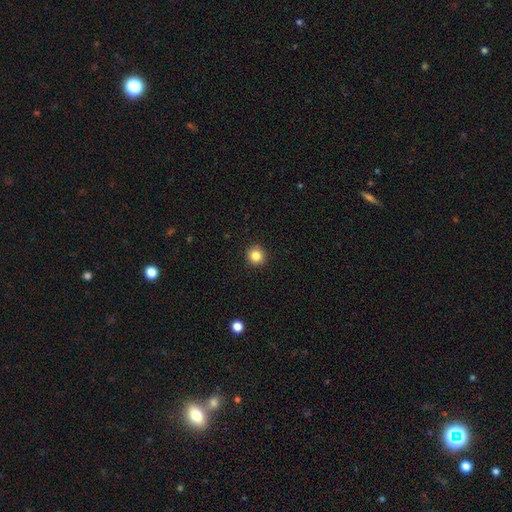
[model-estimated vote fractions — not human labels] Smooth or featured? smooth (84%)
How rounded? round (94%)
Merging? none (93%)